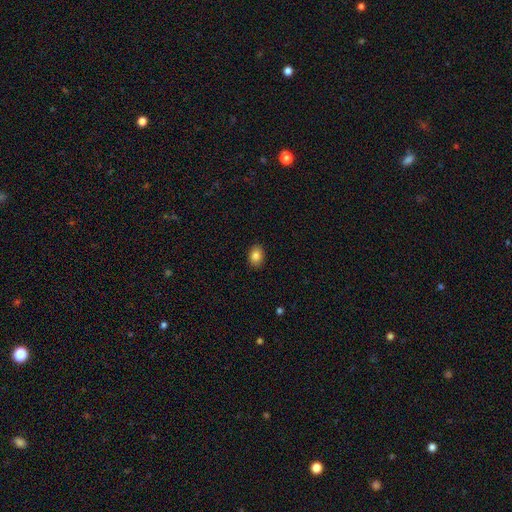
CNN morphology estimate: A smooth galaxy with no disk features (85%) that is in between round and cigar-shaped (70%). Merging: none (89%).